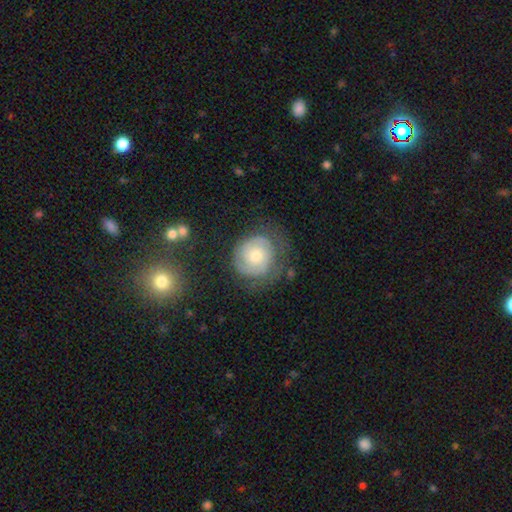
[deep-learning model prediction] Smooth or featured? Predicted: featured or disk (p=0.72). Edge-on disk? Predicted: no (p=0.98). Bar? Predicted: no (p=0.76). Spiral arms? Predicted: yes (p=0.90). Spiral winding? Predicted: tight (p=0.69). Spiral arm count? Predicted: 2 (p=0.53). Bulge size? Predicted: moderate (p=0.58). Merging? Predicted: none (p=0.68).